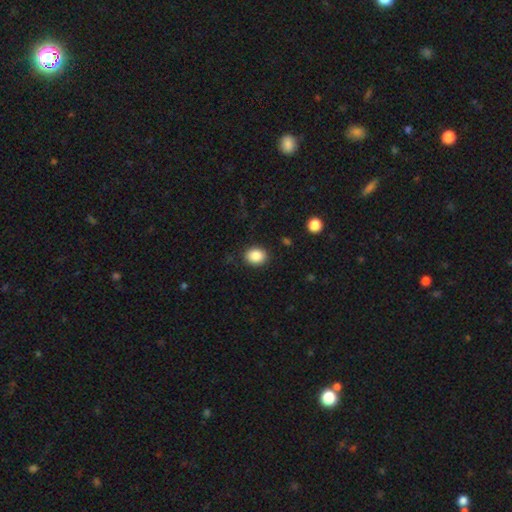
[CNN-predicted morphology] This is clearly a smooth galaxy (88%). How rounded: possibly round (51%). Merging: clearly none (88%).